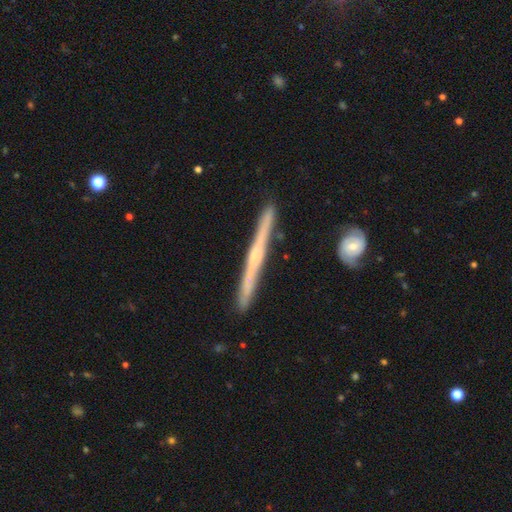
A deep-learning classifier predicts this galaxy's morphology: Smooth or featured? Predicted: featured or disk (p=0.73). Edge-on disk? Predicted: yes (p=0.97). Edge-on bulge? Predicted: none (p=0.51). Merging? Predicted: none (p=0.90).